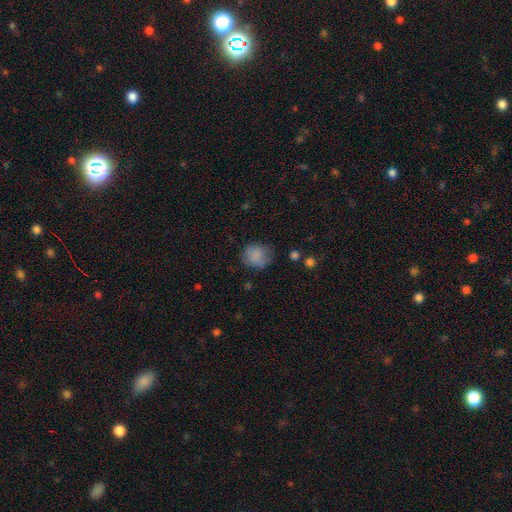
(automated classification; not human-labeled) A smooth galaxy with no disk features (84%) that is round (82%). Merging: none (72%).